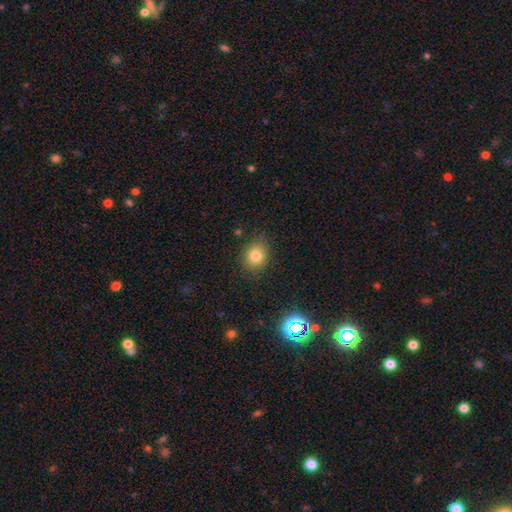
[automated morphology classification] smooth_or_featured: smooth (p=0.80) [alt: star or artifact p=0.12]
how_rounded: round (p=0.57) [alt: in between p=0.42]
merging: none (p=0.81) [alt: minor disturbance p=0.14]